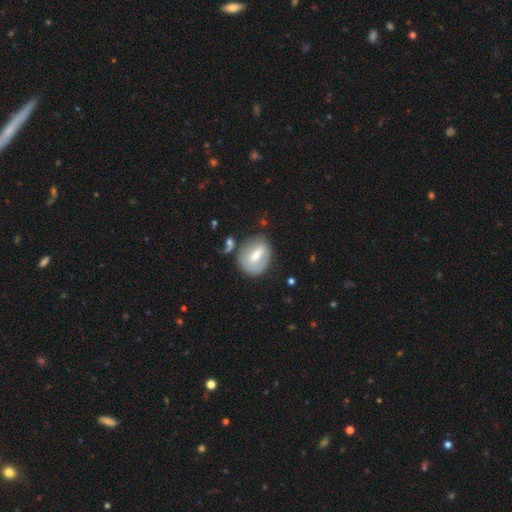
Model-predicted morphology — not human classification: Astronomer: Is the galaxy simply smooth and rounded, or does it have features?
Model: smooth — 52% (runner-up: featured or disk, 41%).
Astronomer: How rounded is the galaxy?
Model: in between — 56% (runner-up: round, 41%).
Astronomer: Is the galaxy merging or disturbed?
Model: none — 66%.